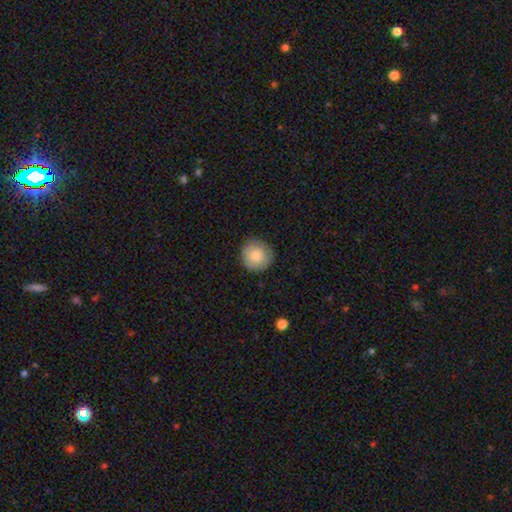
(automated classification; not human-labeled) Smooth or featured: smooth — 83% (featured or disk — 10%)
How rounded: round — 94% (in between — 5%)
Merging: none — 88% (minor disturbance — 9%)